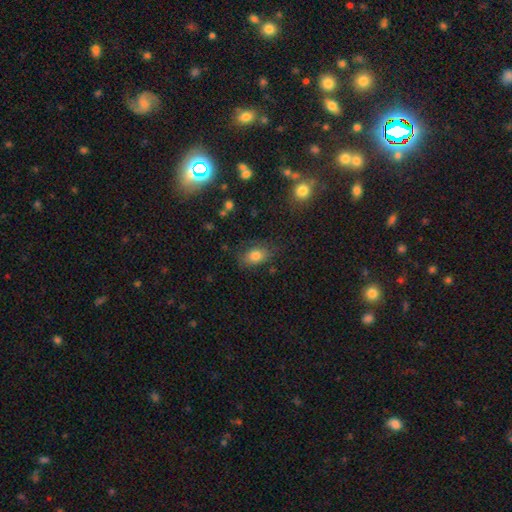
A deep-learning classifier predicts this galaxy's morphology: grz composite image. It shows a smooth galaxy with no disk features (78%) that is in between round and cigar-shaped (81%). Merging: none (72%).